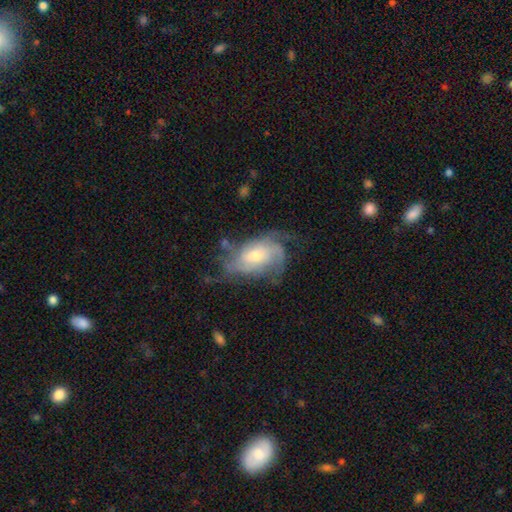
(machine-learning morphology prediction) Q: Smooth or featured?
A: featured or disk (78%); runner-up: smooth (15%)
Q: Edge-on disk?
A: no (96%); runner-up: yes (4%)
Q: Bar?
A: no (64%); runner-up: weak (30%)
Q: Spiral arms?
A: yes (91%); runner-up: no (9%)
Q: Spiral winding?
A: medium (41%); runner-up: tight (39%)
Q: Spiral arm count?
A: can't tell (33%); runner-up: 3 (25%)
Q: Bulge size?
A: moderate (51%); runner-up: small (40%)
Q: Merging?
A: none (54%); runner-up: minor disturbance (24%)